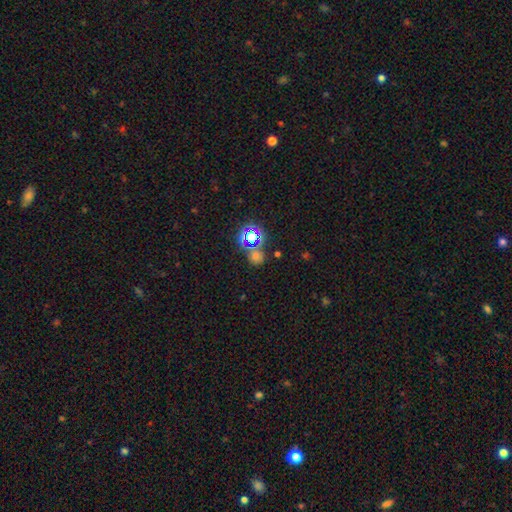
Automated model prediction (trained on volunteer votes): smooth-or-featured: star or artifact: 48% | smooth: 44% | featured or disk: 8%